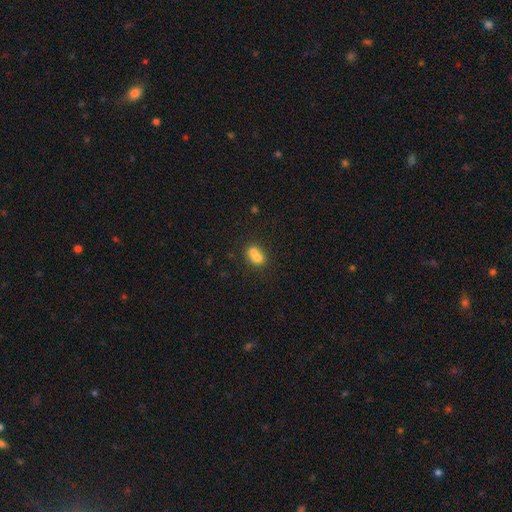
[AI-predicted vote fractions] This is likely a smooth galaxy (69%). How rounded: possibly round (53%). Merging: likely merger (64%).